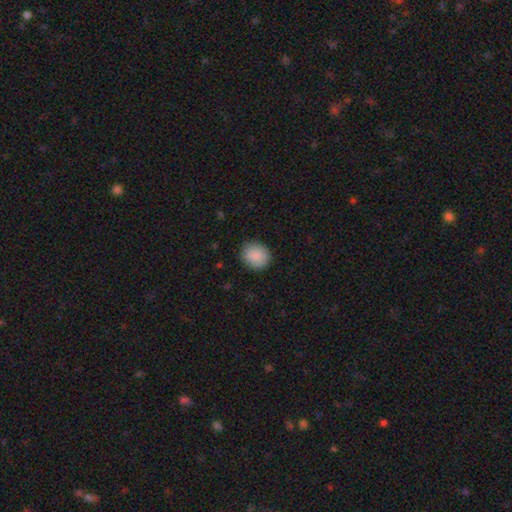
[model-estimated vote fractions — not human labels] smooth_or_featured: smooth (p=0.89) [alt: star or artifact p=0.07]
how_rounded: round (p=0.77) [alt: in between p=0.22]
merging: none (p=0.87) [alt: minor disturbance p=0.10]